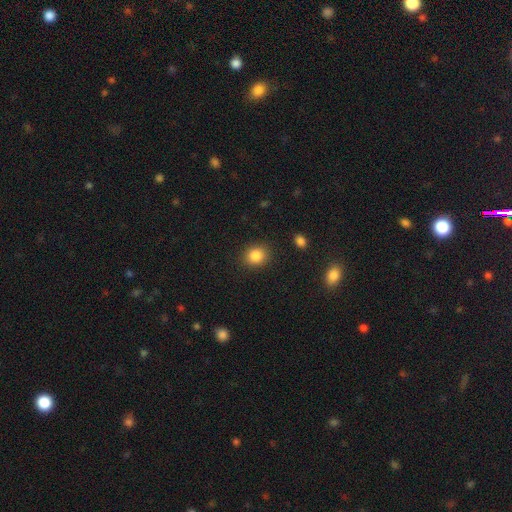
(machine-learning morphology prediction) Overall: smooth (86%). How rounded: round (74%). Merging: none (87%).